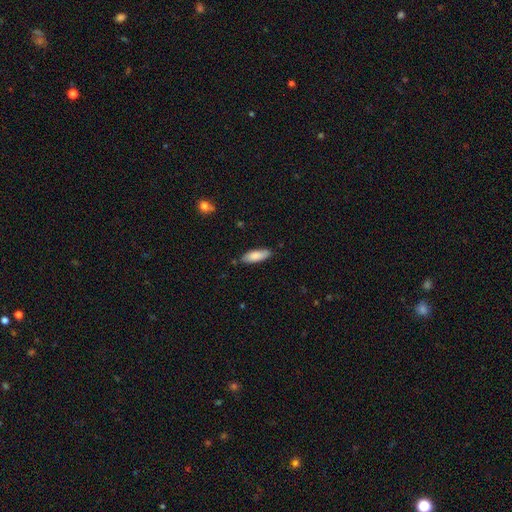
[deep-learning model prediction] A smooth galaxy with no disk features (84%) that is in between round and cigar-shaped (65%). Merging: none (80%).